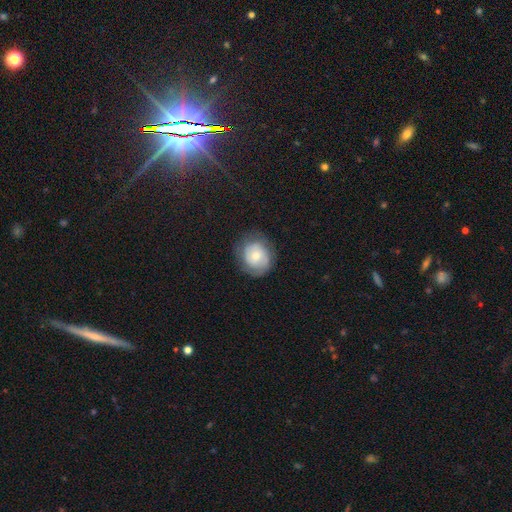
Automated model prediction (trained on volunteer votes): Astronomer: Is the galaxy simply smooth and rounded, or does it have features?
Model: smooth — 48% (runner-up: featured or disk, 44%).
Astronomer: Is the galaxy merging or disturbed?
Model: none — 71%.